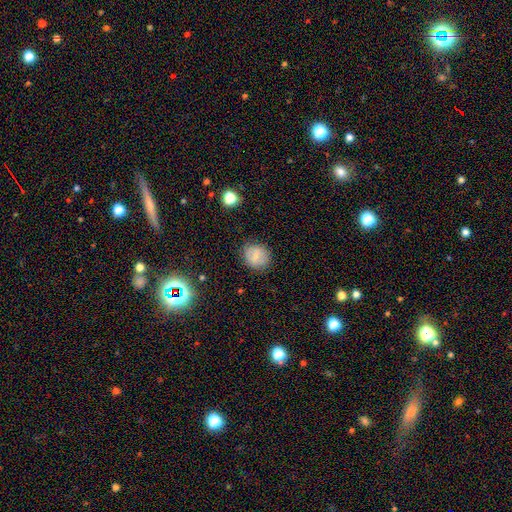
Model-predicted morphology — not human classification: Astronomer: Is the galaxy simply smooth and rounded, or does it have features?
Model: smooth — 62%.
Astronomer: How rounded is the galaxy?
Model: round — 75%.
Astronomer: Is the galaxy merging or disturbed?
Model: none — 82%.